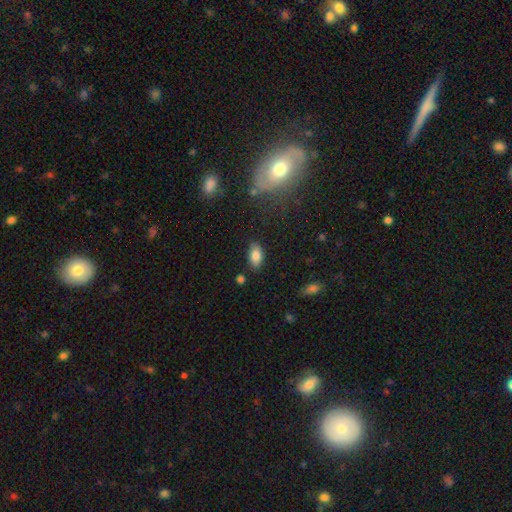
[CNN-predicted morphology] Smooth or featured?
  - smooth: 83% *
  - featured or disk: 8%
  - star or artifact: 8%
How rounded?
  - in between: 92% *
  - round: 5%
  - cigar-shaped: 4%
Merging?
  - none: 82% *
  - minor disturbance: 13%
  - major disturbance: 3%
  - merger: 2%